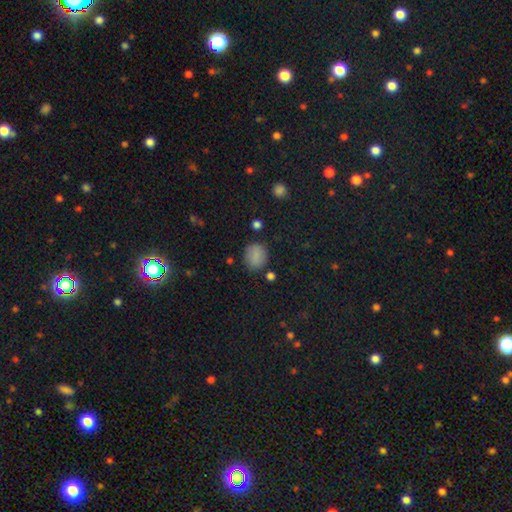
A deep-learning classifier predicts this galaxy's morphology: The model was most divided on "how rounded": round: 65%, in between: 34%, cigar-shaped: 1%. More confident: smooth or featured — smooth (83%); merging — none (79%).